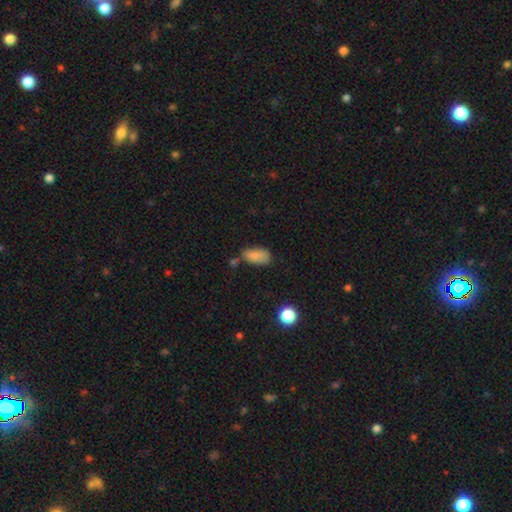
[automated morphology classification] type=smooth (82%); roundness=in between (91%); merging=none (51%).